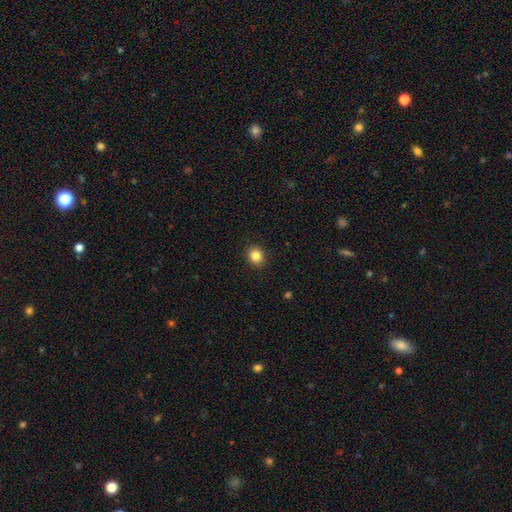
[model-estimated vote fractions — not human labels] This is clearly a smooth galaxy (85%). How rounded: likely round (73%). Merging: clearly none (91%).